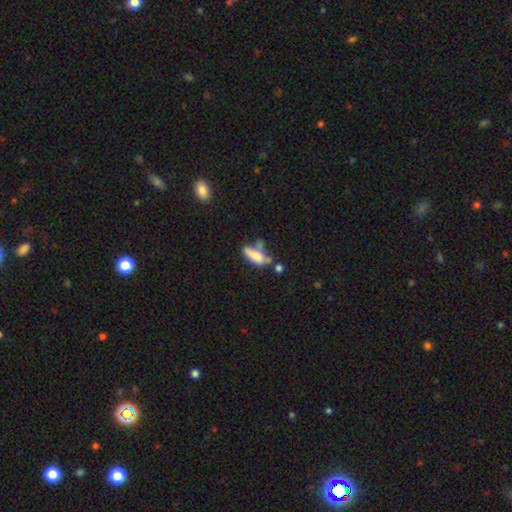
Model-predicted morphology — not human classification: type=smooth (70%); roundness=in between (65%); merging=none (33%).